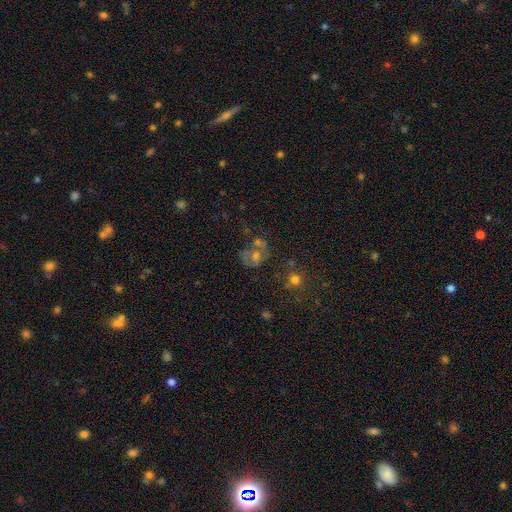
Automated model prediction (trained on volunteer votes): smooth-or-featured: featured or disk: 45% | smooth: 31% | star or artifact: 24%
  merging: none: 42% | merger: 26% | minor disturbance: 16% | major disturbance: 15%